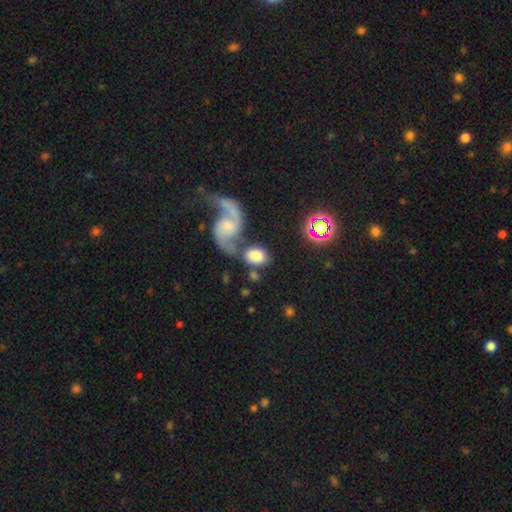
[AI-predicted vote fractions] Smooth or featured: smooth — 67% (featured or disk — 25%)
How rounded: in between — 73% (round — 25%)
Merging: none — 42% (merger — 36%)